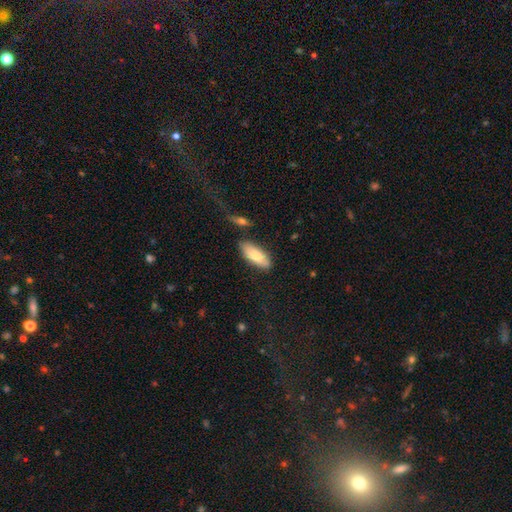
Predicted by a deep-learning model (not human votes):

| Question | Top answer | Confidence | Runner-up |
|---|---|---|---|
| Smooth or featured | smooth | 82% | featured or disk (13%) |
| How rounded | in between | 75% | cigar-shaped (23%) |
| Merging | none | 78% | minor disturbance (13%) |